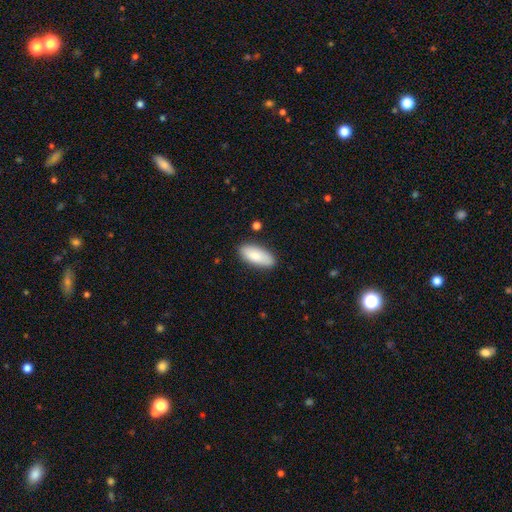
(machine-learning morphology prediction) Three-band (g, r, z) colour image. It shows a smooth galaxy with no disk features (86%) that is in between round and cigar-shaped (85%). Merging: none (86%).